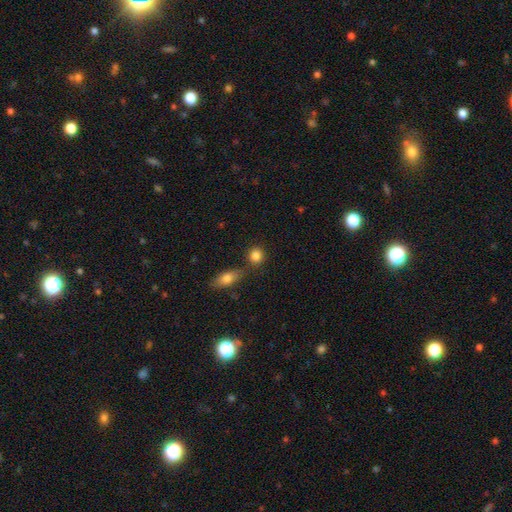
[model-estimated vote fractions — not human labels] This is clearly a smooth galaxy (84%). How rounded: likely round (78%). Merging: likely none (72%).